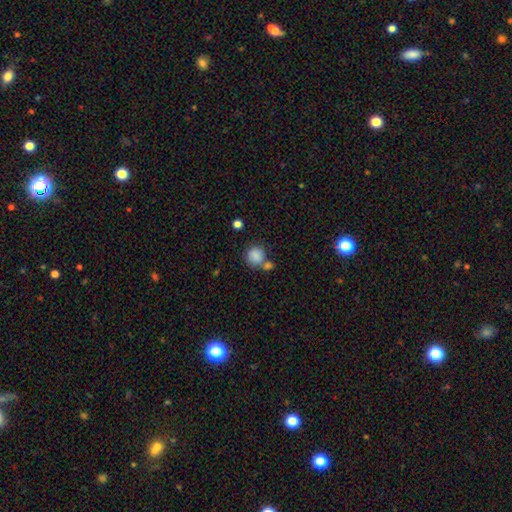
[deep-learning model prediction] This is clearly a smooth galaxy (85%). How rounded: clearly round (84%). Merging: possibly none (53%).